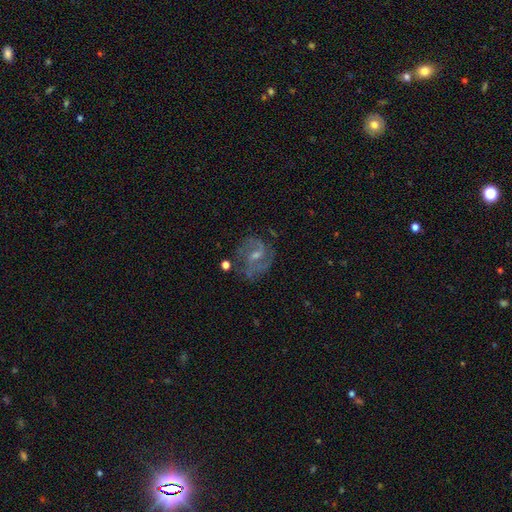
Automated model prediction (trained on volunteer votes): smooth-or-featured: featured or disk: 78% | smooth: 13% | star or artifact: 9%
  disk-edge-on: no: 97% | yes: 3%
    bar: weak: 53% | no: 33% | strong: 15%
    has-spiral-arms: yes: 90% | no: 10%
      spiral-winding: medium: 50% | tight: 27% | loose: 23%
      spiral-arm-count: 2: 63% | can't tell: 16% | 3: 12% | 1: 5% | 4: 3% | more than 4: 2%
    bulge-size: small: 51% | moderate: 40% | none: 5% | large: 2% | dominant: 1%
  merging: none: 65% | minor disturbance: 19% | major disturbance: 12% | merger: 4%